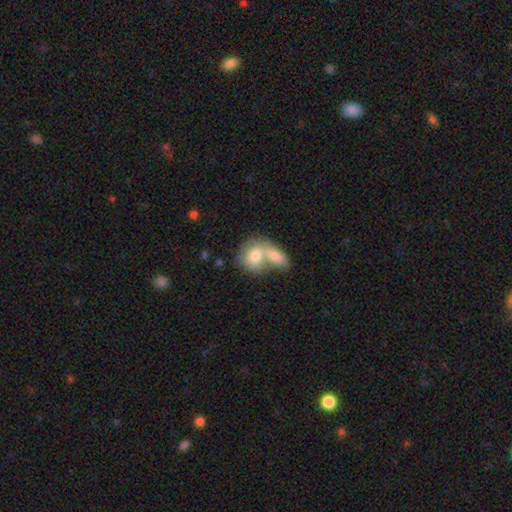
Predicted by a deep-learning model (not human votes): Smooth or featured?
  - smooth: 75% *
  - featured or disk: 19%
  - star or artifact: 6%
How rounded?
  - in between: 53% *
  - round: 44%
  - cigar-shaped: 3%
Merging?
  - merger: 67% *
  - none: 21%
  - minor disturbance: 8%
  - major disturbance: 4%